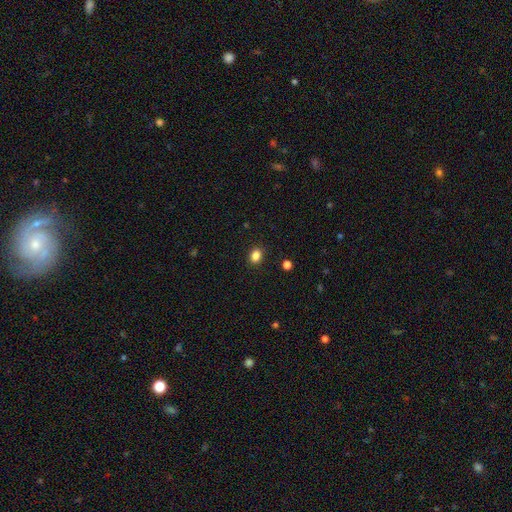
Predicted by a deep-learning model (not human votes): smooth 85%, star or artifact 11%, featured or disk 4%. Down the decision tree: how rounded — in between (57%); merging — none (89%).